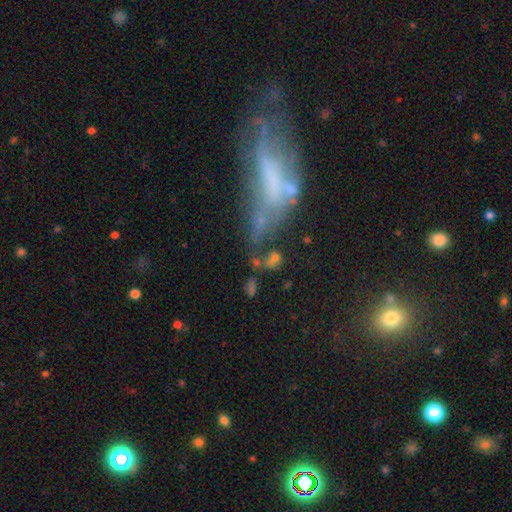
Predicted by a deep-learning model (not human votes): The model was most divided on "merging": none: 33%, major disturbance: 32%, minor disturbance: 24%, merger: 11%. More confident: edge-on disk — no (72%); smooth or featured — featured or disk (52%).